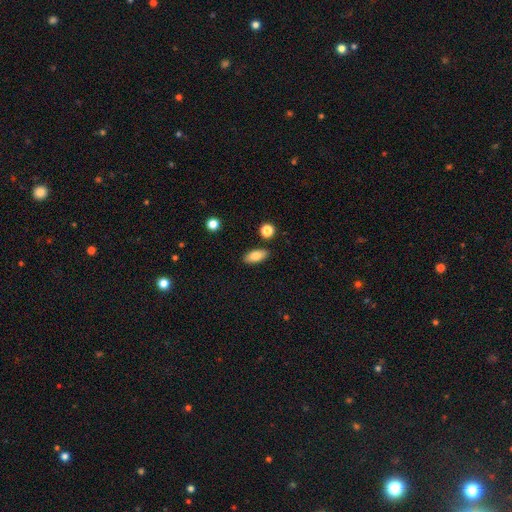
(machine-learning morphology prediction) A smooth galaxy with no disk features (80%) that is in between round and cigar-shaped (86%).

Vote fractions:
- Smooth or featured? smooth: 80% / featured or disk: 12% / star or artifact: 8%
- How rounded? in between: 86% / cigar-shaped: 10% / round: 4%
- Merging? none: 86% / minor disturbance: 9% / merger: 3% / major disturbance: 2%